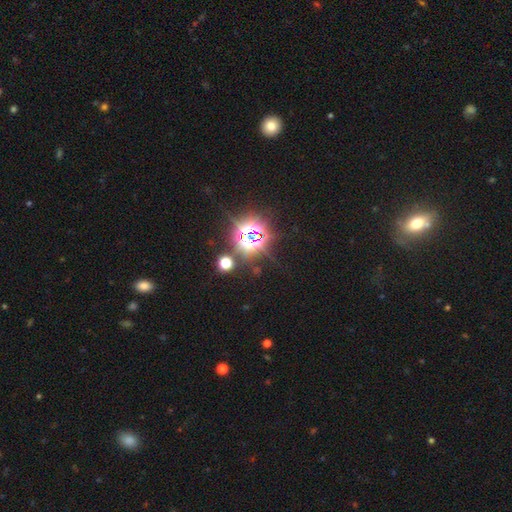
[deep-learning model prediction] The model was most divided on "smooth or featured": star or artifact: 79%, smooth: 13%, featured or disk: 8%.